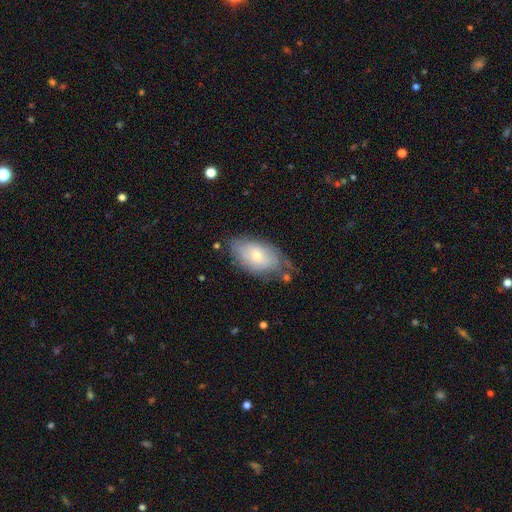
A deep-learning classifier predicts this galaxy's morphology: type=smooth (57%); roundness=in between (92%); merging=none (57%).